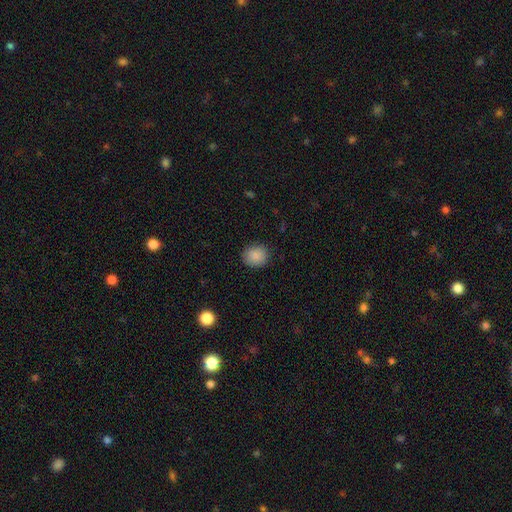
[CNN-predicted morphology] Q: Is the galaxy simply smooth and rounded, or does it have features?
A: smooth — 88%.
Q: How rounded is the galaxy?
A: round — 78%.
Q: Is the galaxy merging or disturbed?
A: none — 89%.